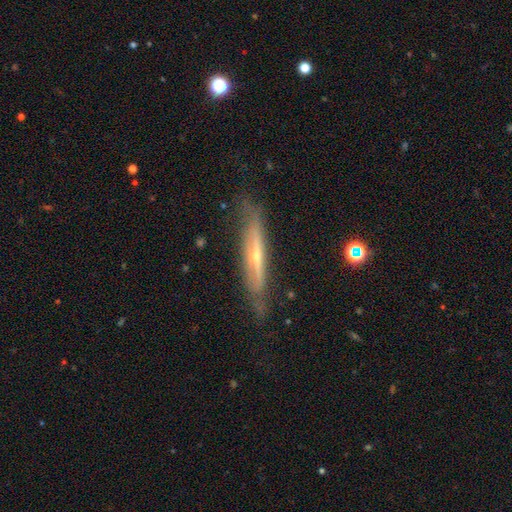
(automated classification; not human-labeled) Overall: featured or disk (72%). Edge-on disk: yes (83%). Edge-on bulge: rounded (69%). Merging: none (73%).